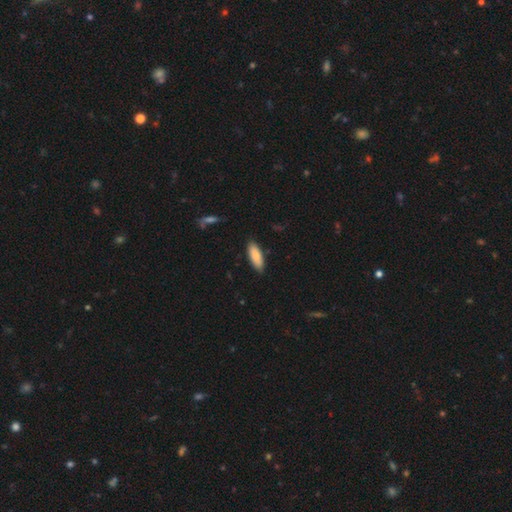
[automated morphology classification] Smooth or featured: smooth — 85% (featured or disk — 9%)
How rounded: in between — 68% (cigar-shaped — 31%)
Merging: none — 86% (minor disturbance — 11%)